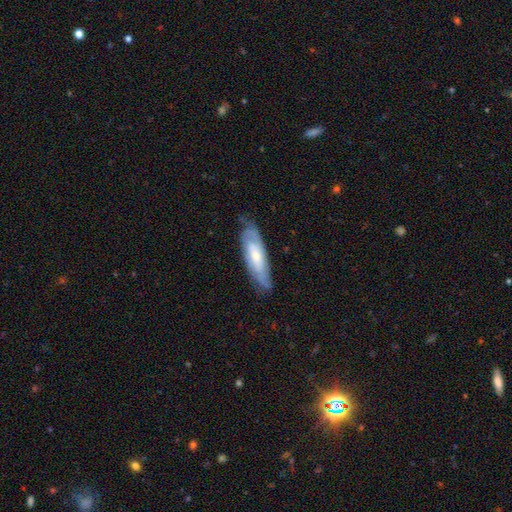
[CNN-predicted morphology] A featured or disk galaxy (60%). Merging: none (71%).